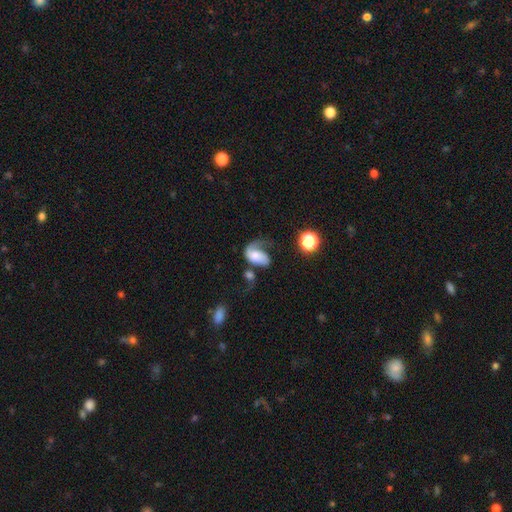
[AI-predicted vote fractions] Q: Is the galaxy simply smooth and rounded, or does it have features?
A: featured or disk — 59%.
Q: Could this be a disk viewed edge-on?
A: no — 97%.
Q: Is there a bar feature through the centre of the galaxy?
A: no — 67%.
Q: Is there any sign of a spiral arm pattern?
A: yes — 84%.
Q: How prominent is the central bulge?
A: moderate — 35%.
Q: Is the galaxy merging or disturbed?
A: major disturbance — 45%.